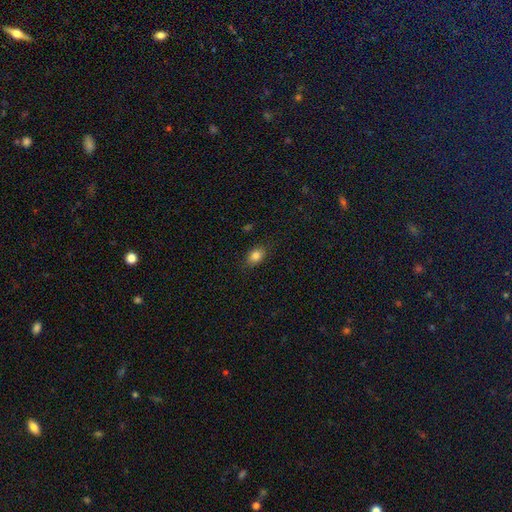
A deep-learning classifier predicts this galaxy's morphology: Smooth or featured? smooth (83%)
How rounded? in between (72%)
Merging? none (84%)